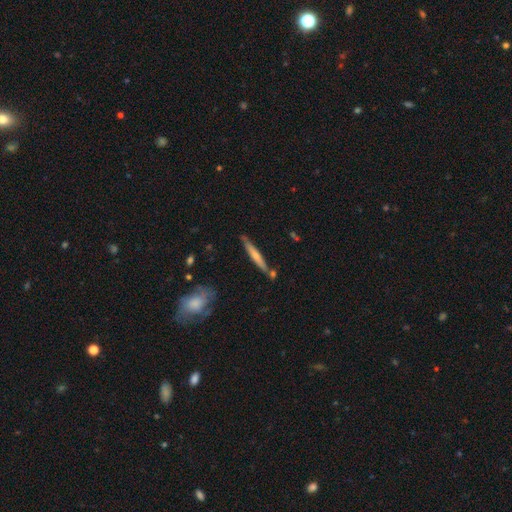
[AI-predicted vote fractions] This is possibly a smooth galaxy (51%). How rounded: clearly cigar-shaped (94%). Merging: likely none (78%).